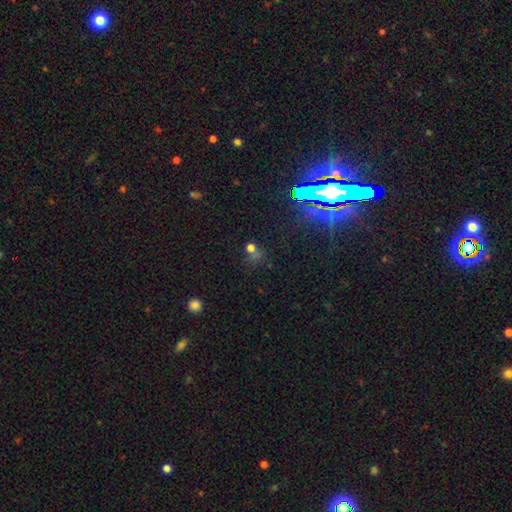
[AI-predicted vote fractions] smooth_or_featured: star or artifact (p=0.59) [alt: smooth p=0.28]